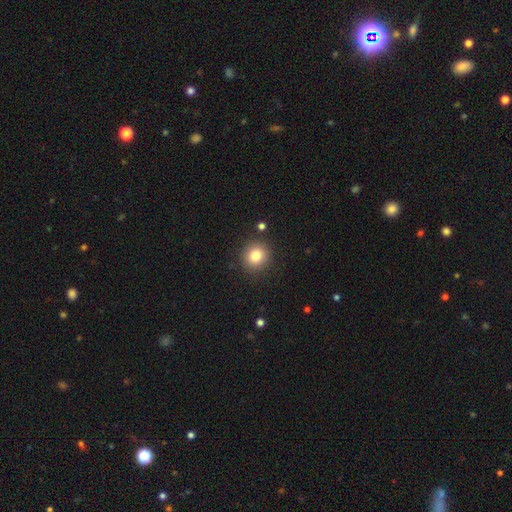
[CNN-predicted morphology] The model was most divided on "smooth or featured": smooth: 82%, star or artifact: 11%, featured or disk: 7%. More confident: how rounded — round (89%); merging — none (89%).